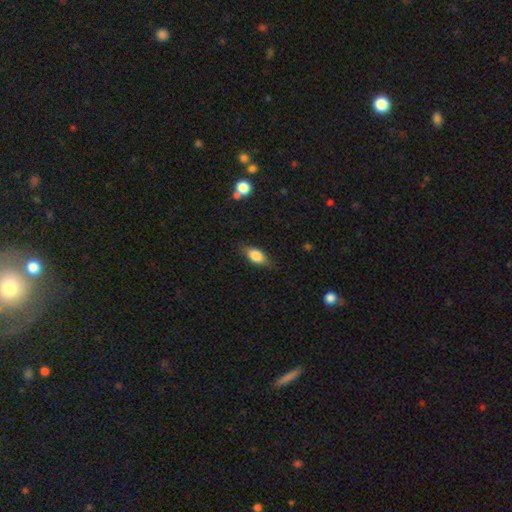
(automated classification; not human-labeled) smooth_or_featured: smooth (p=0.75) [alt: featured or disk p=0.17]
how_rounded: in between (p=0.83) [alt: cigar-shaped p=0.10]
merging: none (p=0.76) [alt: minor disturbance p=0.18]